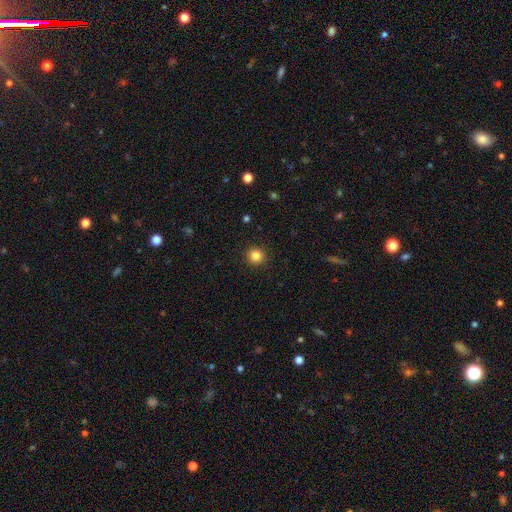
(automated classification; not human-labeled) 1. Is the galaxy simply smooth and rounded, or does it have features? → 84% smooth, 11% star or artifact, 4% featured or disk.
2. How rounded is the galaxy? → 93% round, 6% in between, 1% cigar-shaped.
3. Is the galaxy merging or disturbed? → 92% none, 5% minor disturbance, 2% major disturbance, 1% merger.